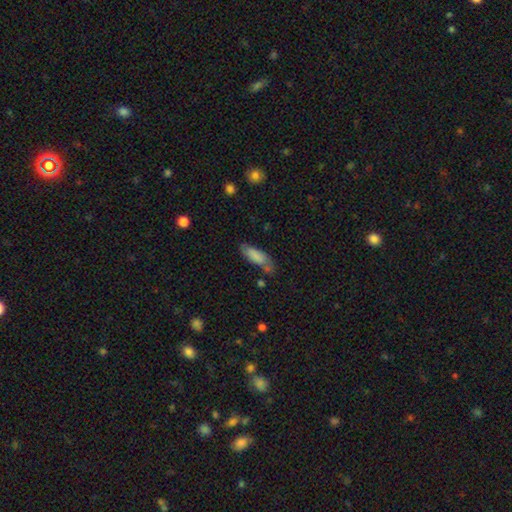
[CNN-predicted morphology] Smooth or featured?
  - smooth: 80% *
  - featured or disk: 14%
  - star or artifact: 7%
How rounded?
  - in between: 62% *
  - cigar-shaped: 36%
  - round: 2%
Merging?
  - none: 59% *
  - minor disturbance: 26%
  - merger: 7%
  - major disturbance: 7%